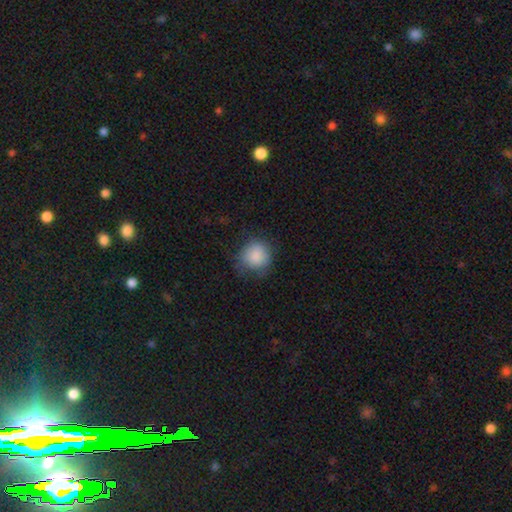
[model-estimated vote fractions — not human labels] A smooth galaxy with no disk features (86%) that is round (88%). Merging: none (69%).